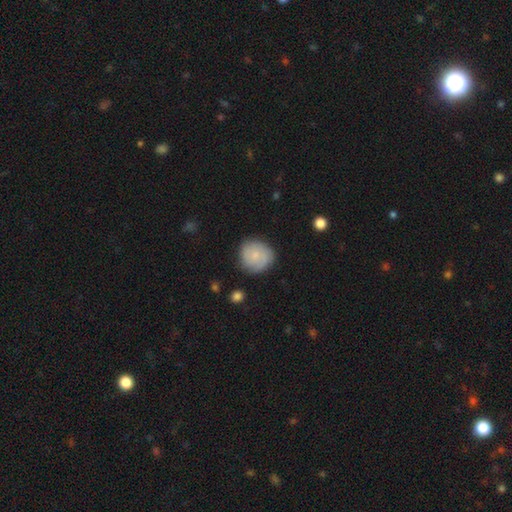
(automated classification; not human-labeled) Overall: smooth (73%). How rounded: round (88%). Merging: none (79%).